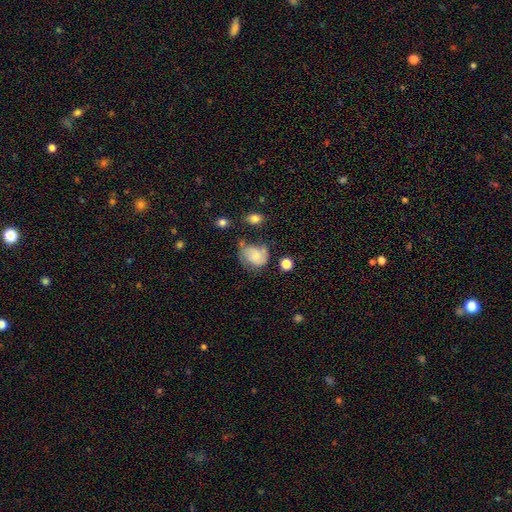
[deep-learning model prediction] This appears to be a smooth galaxy with no disk features (61%) that is in between round and cigar-shaped (50%). Merging: none (38%).